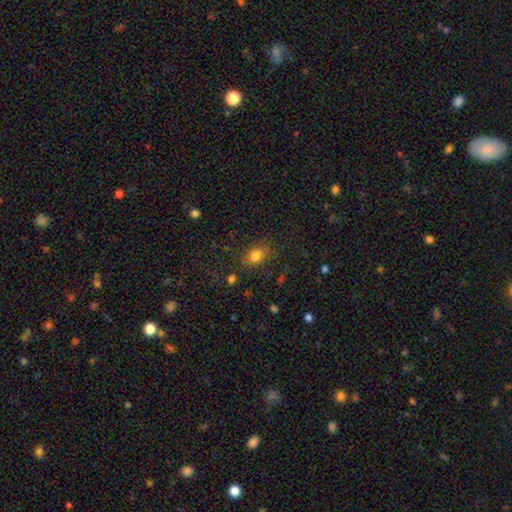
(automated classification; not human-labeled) Smooth or featured: smooth — 79% (star or artifact — 12%)
How rounded: in between — 70% (round — 28%)
Merging: none — 76% (minor disturbance — 15%)